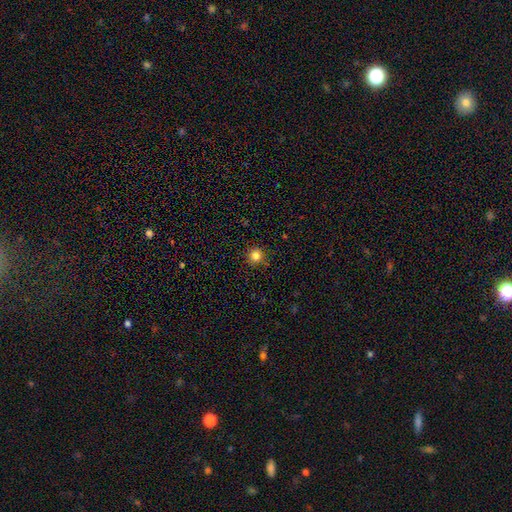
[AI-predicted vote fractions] This appears to be a smooth galaxy with no disk features (83%) that is round (95%). Merging: none (90%).